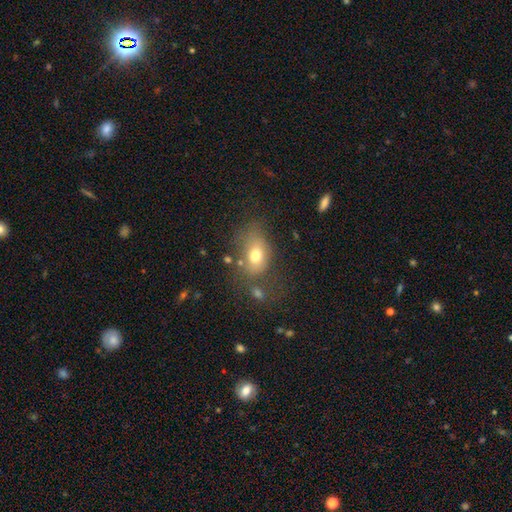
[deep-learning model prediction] Morphology: type=smooth (73%); roundness=in between (74%); merging=none (45%).